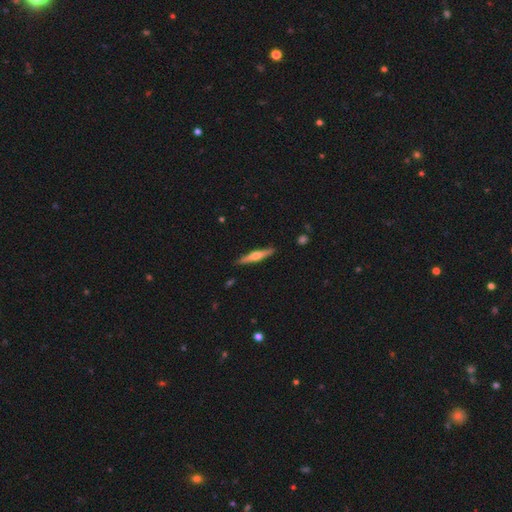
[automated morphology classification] smooth-or-featured: featured or disk: 62% | smooth: 32% | star or artifact: 5%
  disk-edge-on: yes: 97% | no: 3%
    edge-on-bulge: rounded: 87% | boxy: 7% | none: 6%
  merging: none: 90% | minor disturbance: 8% | major disturbance: 1% | merger: 1%